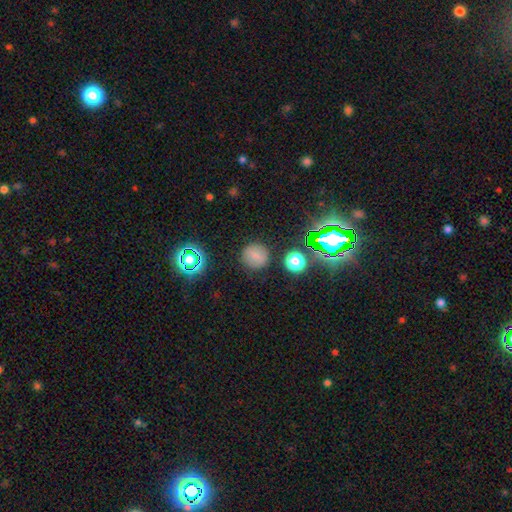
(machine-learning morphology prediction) Smooth or featured? Predicted: smooth (p=0.72). How rounded? Predicted: round (p=0.92). Merging? Predicted: none (p=0.87).